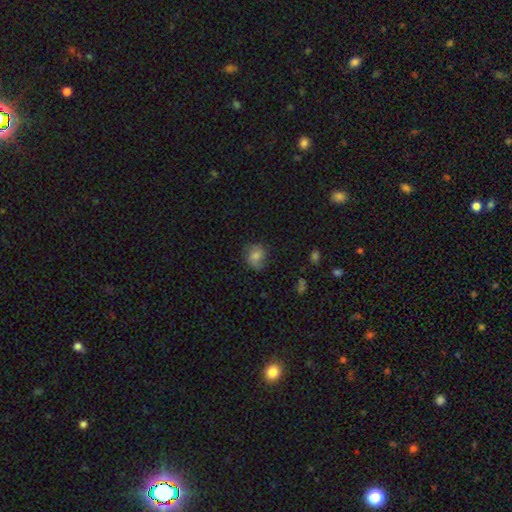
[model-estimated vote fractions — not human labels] smooth 69%, featured or disk 20%, star or artifact 11%. Down the decision tree: how rounded — round (66%); merging — none (63%).